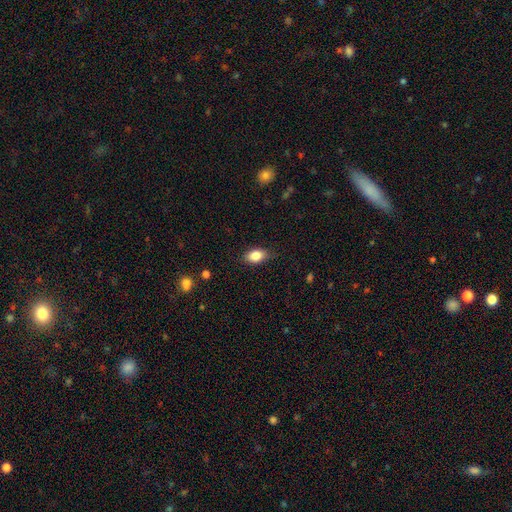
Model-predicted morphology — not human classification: type=smooth (85%); roundness=in between (85%); merging=none (79%).